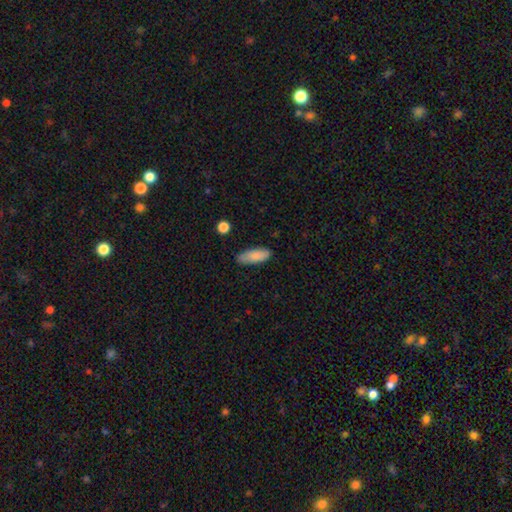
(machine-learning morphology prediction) This appears to be a smooth galaxy with no disk features (84%) that is in between round and cigar-shaped (74%). Merging: none (79%).